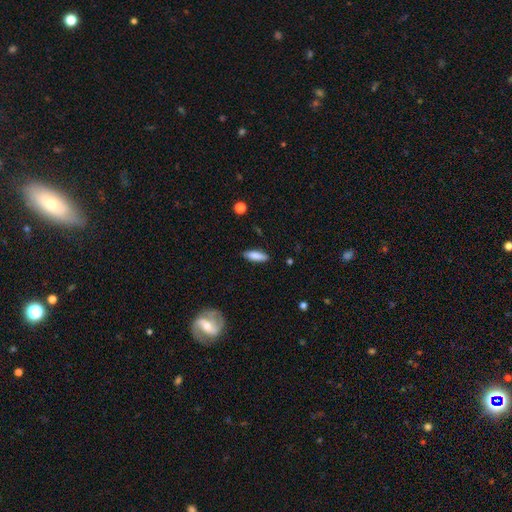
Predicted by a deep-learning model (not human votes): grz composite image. It shows a smooth galaxy with no disk features (83%) that is in between round and cigar-shaped (52%). Merging: none (86%).